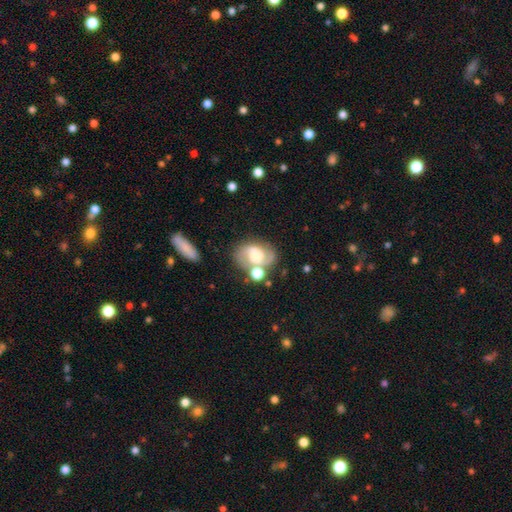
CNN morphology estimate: smooth-or-featured: featured or disk: 72% | smooth: 20% | star or artifact: 8%
  disk-edge-on: no: 97% | yes: 3%
    bar: no: 44% | weak: 43% | strong: 13%
    has-spiral-arms: yes: 91% | no: 9%
      spiral-winding: medium: 53% | loose: 27% | tight: 20%
      spiral-arm-count: 2: 87% | can't tell: 5% | 1: 4% | 3: 2% | 4: 1% | more than 4: 1%
    bulge-size: moderate: 47% | small: 23% | large: 20% | none: 7% | dominant: 3%
  merging: none: 57% | merger: 18% | minor disturbance: 17% | major disturbance: 8%